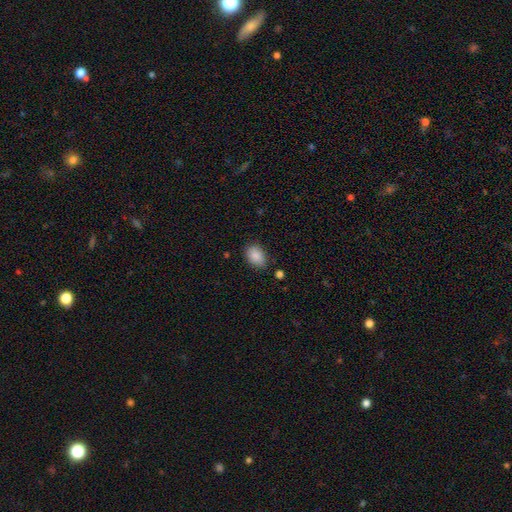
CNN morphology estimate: Smooth or featured? Predicted: smooth (p=0.89). How rounded? Predicted: in between (p=0.81). Merging? Predicted: none (p=0.81).